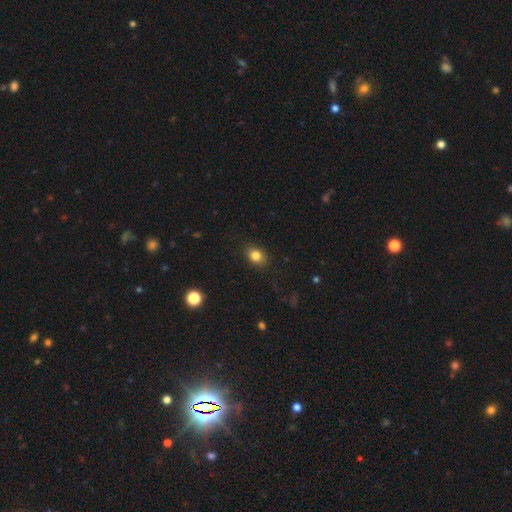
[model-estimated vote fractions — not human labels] Overall: smooth (82%). How rounded: in between (56%; round 43%). Merging: none (86%).